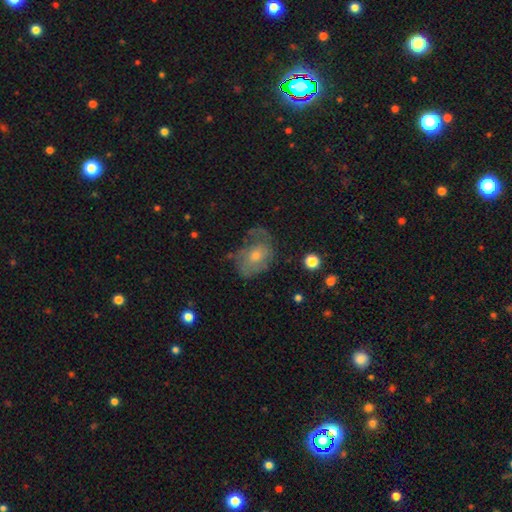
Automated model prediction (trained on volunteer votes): This appears to be a featured or disk galaxy (51%). Merging: none (41%).